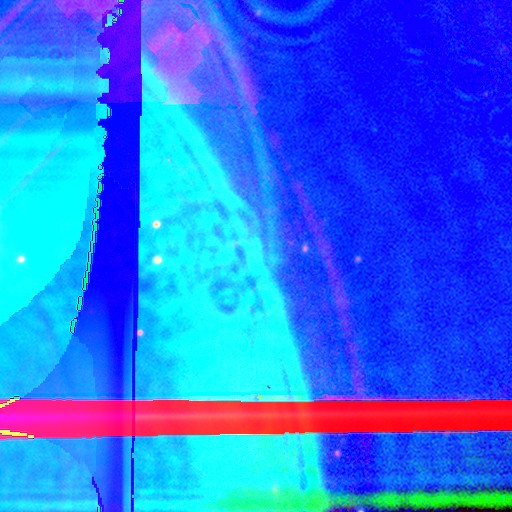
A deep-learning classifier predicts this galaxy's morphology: Smooth or featured? Predicted: star or artifact (p=0.86).